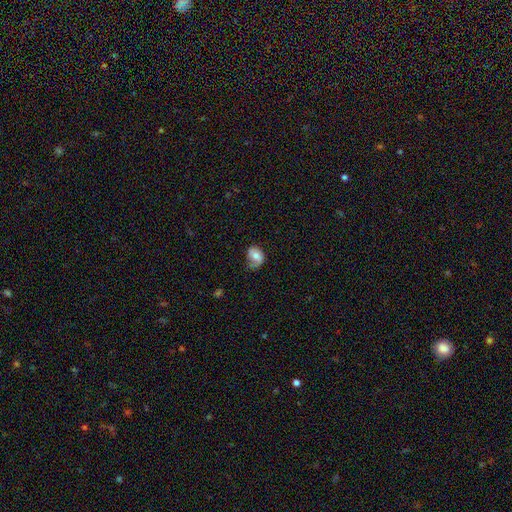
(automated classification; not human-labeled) A smooth galaxy with no disk features (60%) that is in between round and cigar-shaped (63%).

Vote fractions:
- Smooth or featured? smooth: 60% / featured or disk: 31% / star or artifact: 8%
- How rounded? in between: 63% / round: 36% / cigar-shaped: 1%
- Merging? none: 42% / minor disturbance: 35% / major disturbance: 21% / merger: 2%